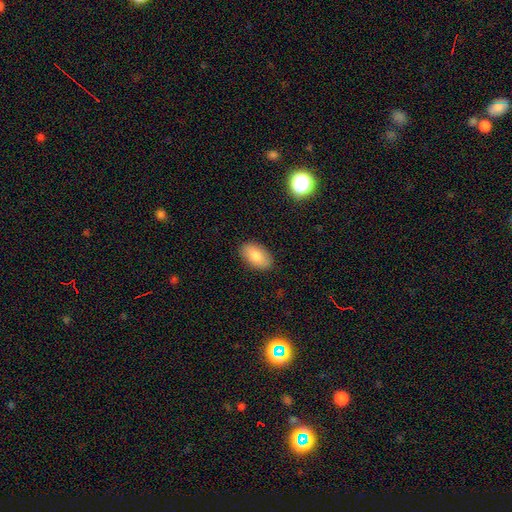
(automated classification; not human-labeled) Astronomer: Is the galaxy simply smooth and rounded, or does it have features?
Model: smooth — 80%.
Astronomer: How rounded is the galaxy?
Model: in between — 94%.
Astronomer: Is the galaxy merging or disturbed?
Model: none — 88%.